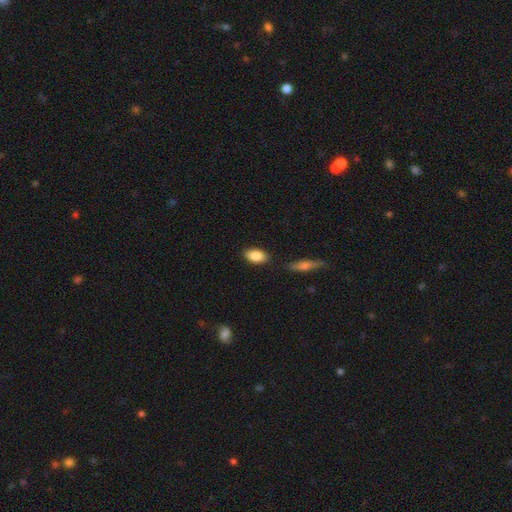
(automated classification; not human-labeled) This appears to be a smooth galaxy with no disk features (85%) that is in between round and cigar-shaped (90%). Merging: none (83%).